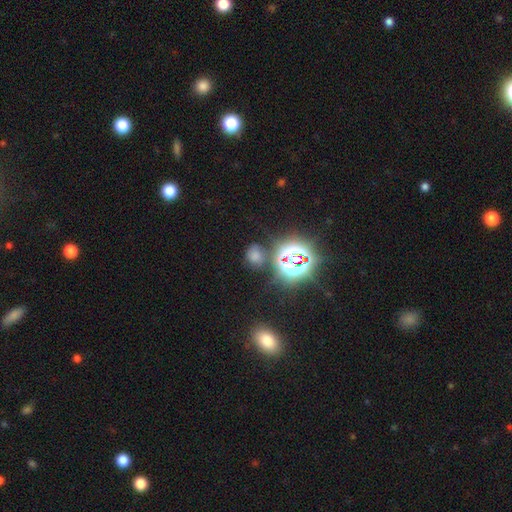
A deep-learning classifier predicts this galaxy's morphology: smooth 48%, star or artifact 42%, featured or disk 10%. Down the decision tree: merging — none (67%).